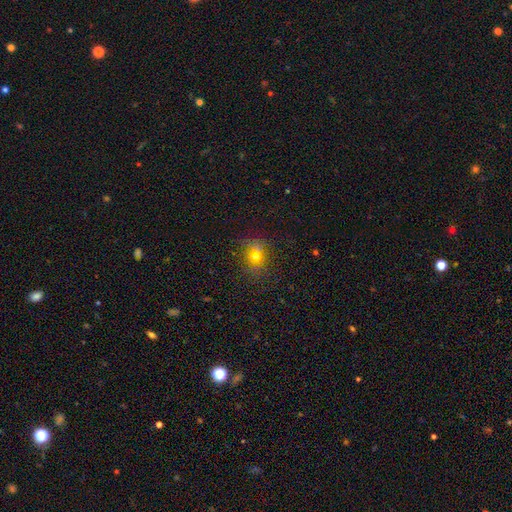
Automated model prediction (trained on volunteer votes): Q: Smooth or featured?
A: smooth (57%); runner-up: star or artifact (28%)
Q: How rounded?
A: round (57%); runner-up: in between (40%)
Q: Merging?
A: none (76%); runner-up: minor disturbance (13%)